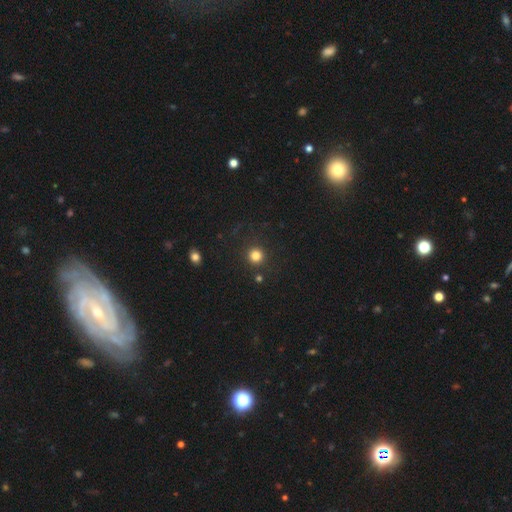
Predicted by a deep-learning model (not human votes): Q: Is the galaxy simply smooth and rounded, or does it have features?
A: smooth — 81%.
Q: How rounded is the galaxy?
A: round — 94%.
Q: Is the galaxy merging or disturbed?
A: none — 87%.